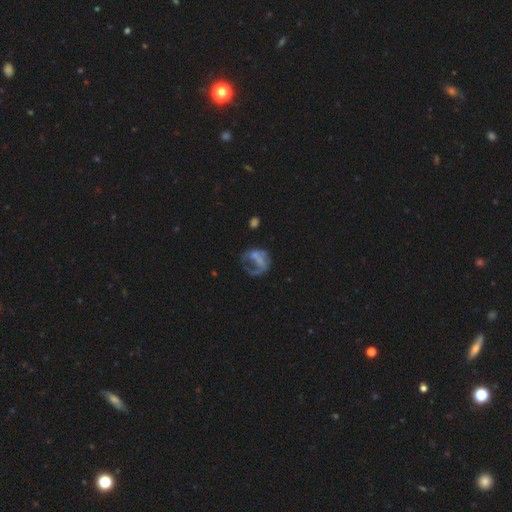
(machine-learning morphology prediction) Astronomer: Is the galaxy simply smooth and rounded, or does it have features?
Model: featured or disk — 52% (runner-up: smooth, 29%).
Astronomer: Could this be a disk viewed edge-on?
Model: no — 97%.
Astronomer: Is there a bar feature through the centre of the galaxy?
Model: no — 70%.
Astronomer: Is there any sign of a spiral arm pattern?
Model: no — 65%.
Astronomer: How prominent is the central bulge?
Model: none — 64%.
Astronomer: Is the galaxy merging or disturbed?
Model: major disturbance — 47% (runner-up: none, 31%).